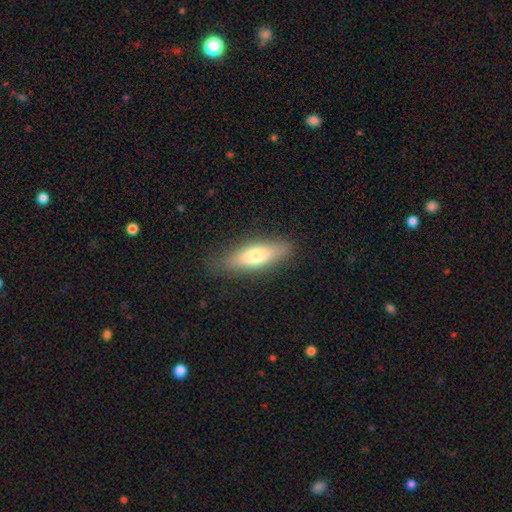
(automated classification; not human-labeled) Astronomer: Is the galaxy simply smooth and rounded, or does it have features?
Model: smooth — 65%.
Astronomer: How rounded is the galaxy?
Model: cigar-shaped — 50% (runner-up: in between, 47%).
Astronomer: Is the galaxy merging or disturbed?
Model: none — 85%.